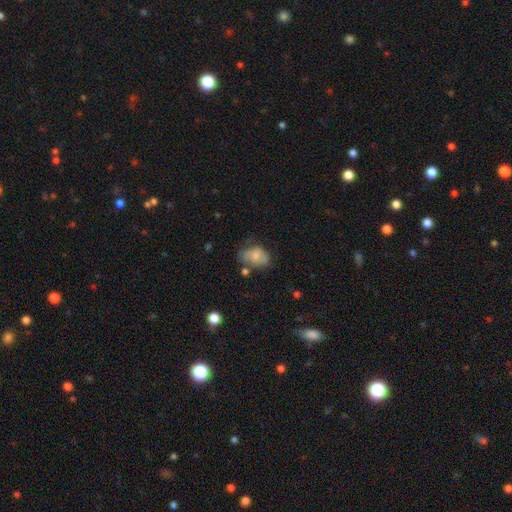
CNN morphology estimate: The model was most divided on "merging": none: 40%, minor disturbance: 34%, major disturbance: 18%, merger: 8%. More confident: how rounded — in between (75%); smooth or featured — smooth (66%).